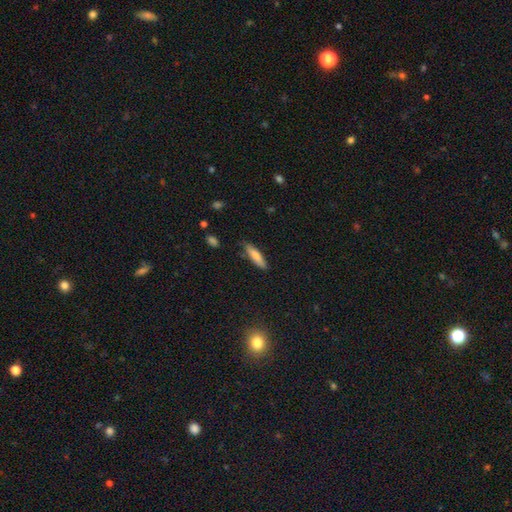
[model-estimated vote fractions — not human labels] Smooth or featured: smooth — 81% (featured or disk — 13%)
How rounded: cigar-shaped — 68% (in between — 31%)
Merging: none — 79% (minor disturbance — 16%)